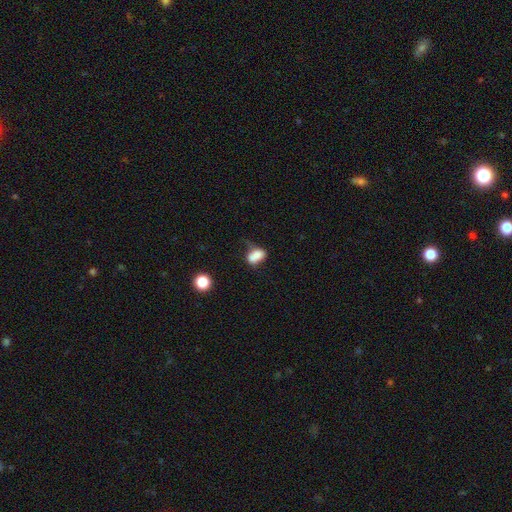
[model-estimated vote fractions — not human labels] This appears to be a smooth galaxy with no disk features (75%) that is in between round and cigar-shaped (81%). Merging: none (30%).